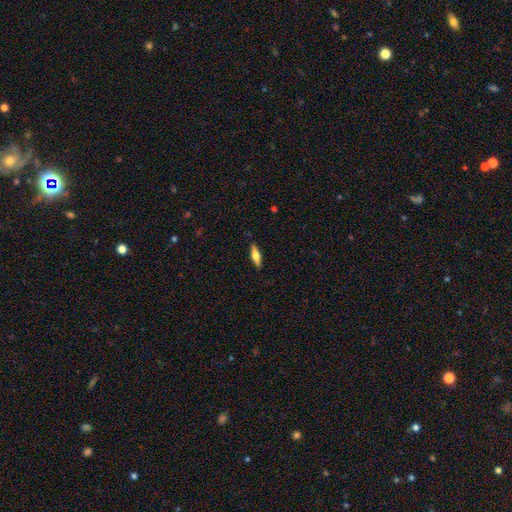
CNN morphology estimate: Smooth or featured: smooth — 48% (featured or disk — 46%)
Merging: none — 88% (minor disturbance — 9%)